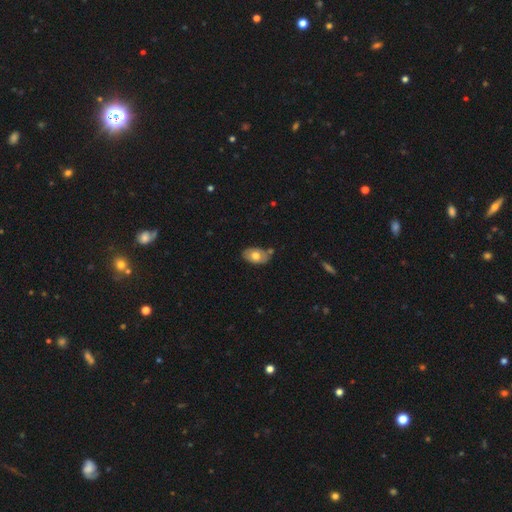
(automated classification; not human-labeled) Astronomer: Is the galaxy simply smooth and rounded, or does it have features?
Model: smooth — 66%.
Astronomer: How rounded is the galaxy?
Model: in between — 90%.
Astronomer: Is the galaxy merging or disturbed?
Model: none — 69%.